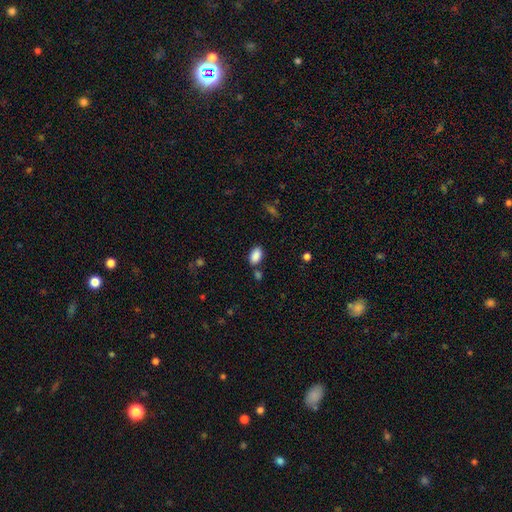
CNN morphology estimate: A smooth galaxy with no disk features (89%) that is in between round and cigar-shaped (93%).

Vote fractions:
- Smooth or featured? smooth: 89% / star or artifact: 8% / featured or disk: 4%
- How rounded? in between: 93% / round: 6% / cigar-shaped: 2%
- Merging? none: 76% / minor disturbance: 12% / merger: 8% / major disturbance: 3%